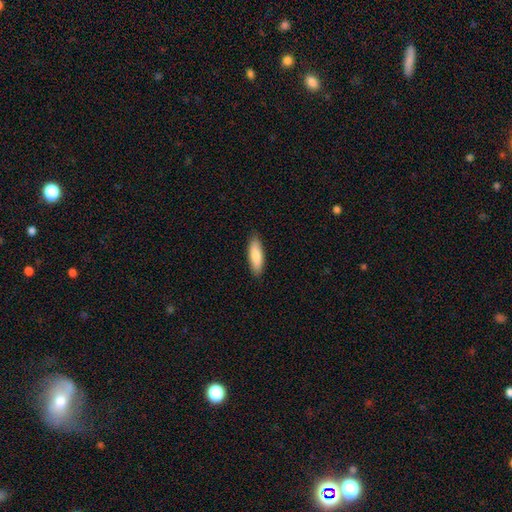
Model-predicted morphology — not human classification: Smooth or featured? smooth (81%)
How rounded? in between (51%)
Merging? none (88%)